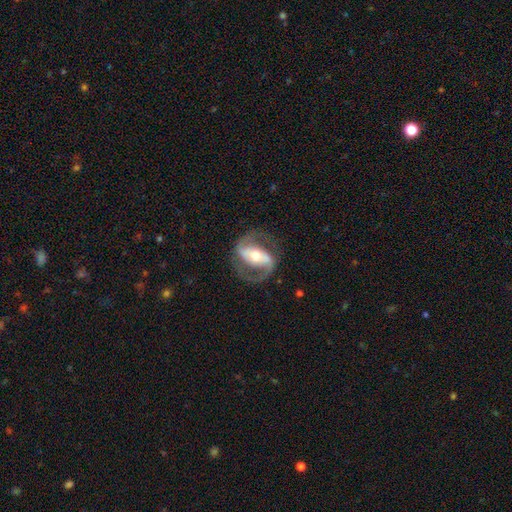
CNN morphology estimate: smooth-or-featured: featured or disk: 89% | smooth: 7% | star or artifact: 4%
  disk-edge-on: no: 96% | yes: 4%
    bar: strong: 57% | weak: 26% | no: 18%
    has-spiral-arms: yes: 95% | no: 5%
      spiral-winding: medium: 55% | loose: 26% | tight: 19%
      spiral-arm-count: 2: 92% | can't tell: 2% | 1: 2% | 3: 1% | 4: 1% | more than 4: 1%
    bulge-size: moderate: 62% | small: 29% | large: 7% | dominant: 1% | none: 1%
  merging: none: 78% | minor disturbance: 12% | major disturbance: 9% | merger: 1%